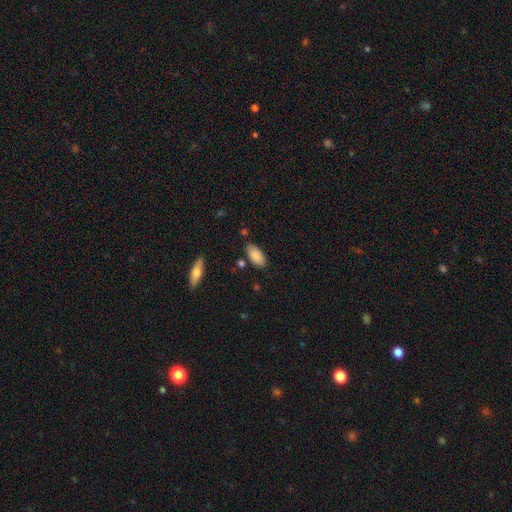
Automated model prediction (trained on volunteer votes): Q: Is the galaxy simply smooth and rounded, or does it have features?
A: smooth — 85%.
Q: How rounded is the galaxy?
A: in between — 91%.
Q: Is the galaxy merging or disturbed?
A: none — 80%.